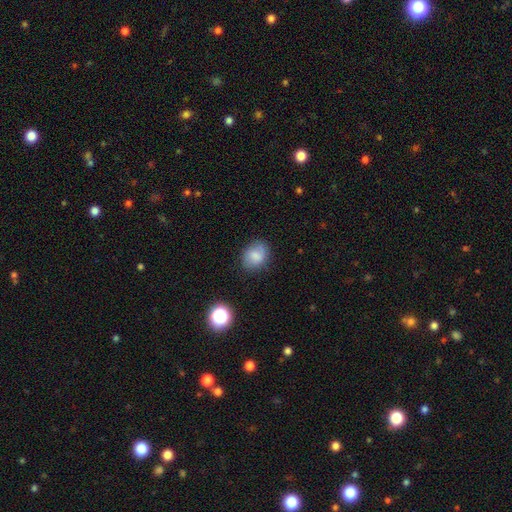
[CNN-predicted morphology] Overall: smooth (72%). How rounded: round (52%; in between 46%). Merging: none (73%).